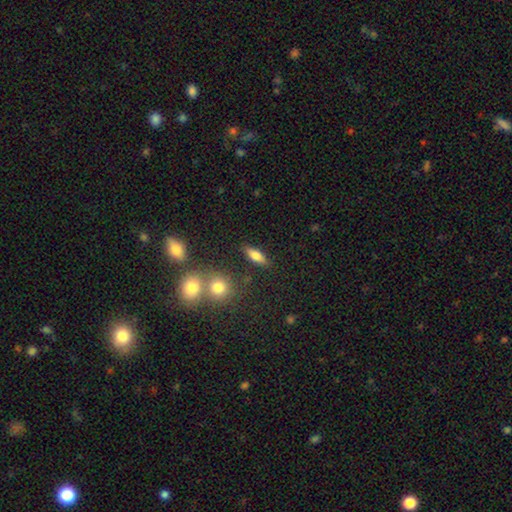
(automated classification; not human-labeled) smooth_or_featured: smooth (p=0.67) [alt: featured or disk p=0.23]
how_rounded: in between (p=0.61) [alt: cigar-shaped p=0.33]
merging: none (p=0.82) [alt: minor disturbance p=0.10]